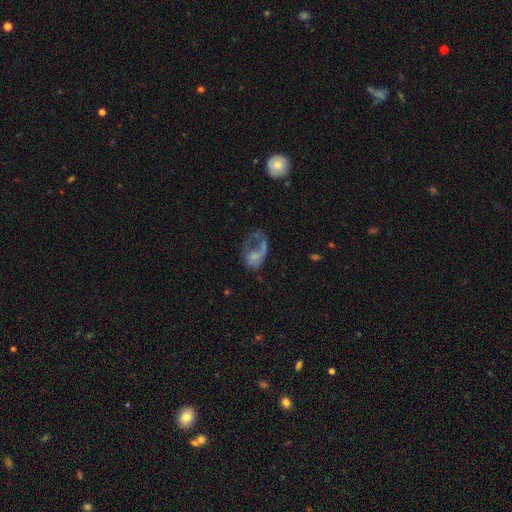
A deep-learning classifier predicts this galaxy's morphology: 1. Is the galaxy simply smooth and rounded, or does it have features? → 49% featured or disk, 40% smooth, 11% star or artifact.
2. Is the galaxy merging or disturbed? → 54% major disturbance, 21% none, 15% minor disturbance, 9% merger.